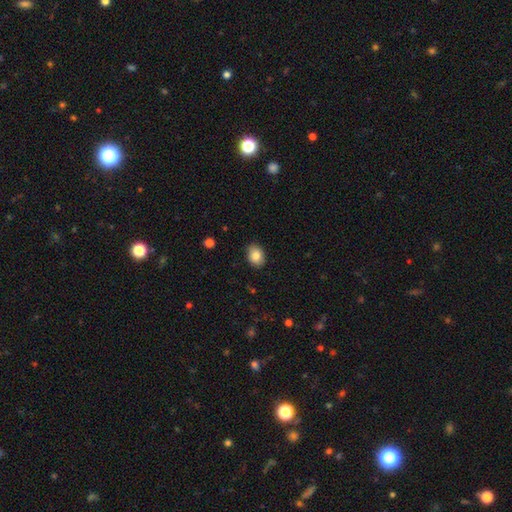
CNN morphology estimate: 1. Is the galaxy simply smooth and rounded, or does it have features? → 85% smooth, 8% star or artifact, 7% featured or disk.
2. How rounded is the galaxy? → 71% in between, 28% round, 1% cigar-shaped.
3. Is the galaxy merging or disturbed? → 86% none, 11% minor disturbance, 2% major disturbance, 1% merger.